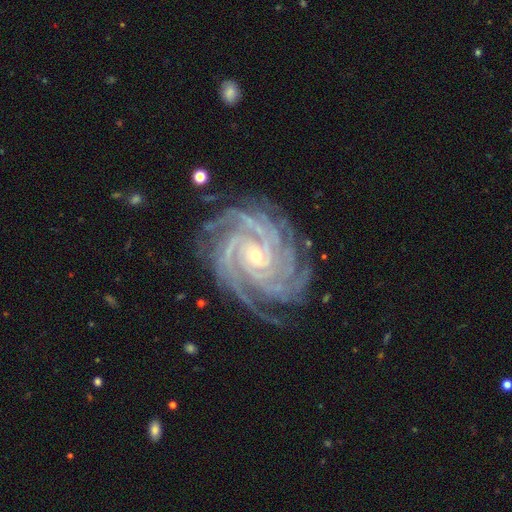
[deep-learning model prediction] featured or disk 93%, star or artifact 5%, smooth 2%. Down the decision tree: edge-on disk — no (98%); bar — no (61%); spiral arms — yes (99%); spiral arm count — 4 (31%, tied with more than 4); spiral winding — tight (82%); bulge size — small (72%); merging — none (80%).